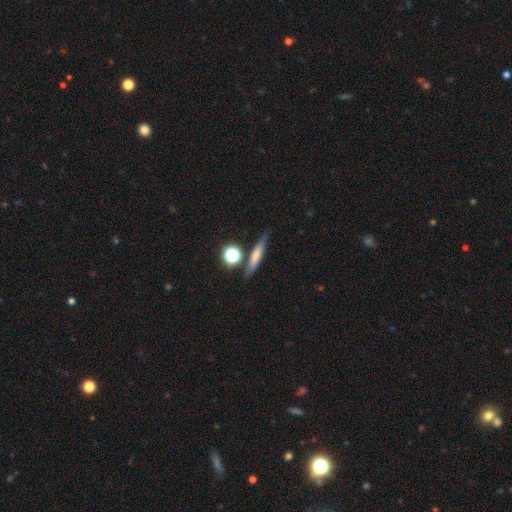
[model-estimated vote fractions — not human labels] Smooth or featured? Predicted: smooth (p=0.58). How rounded? Predicted: cigar-shaped (p=0.75). Merging? Predicted: none (p=0.75).